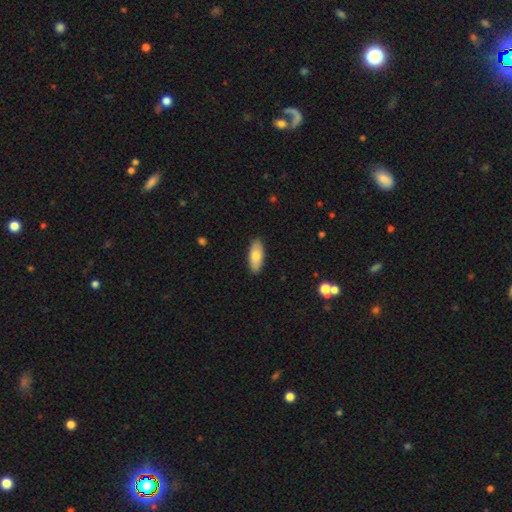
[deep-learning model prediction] Smooth or featured? Predicted: smooth (p=0.77). How rounded? Predicted: in between (p=0.84). Merging? Predicted: none (p=0.88).